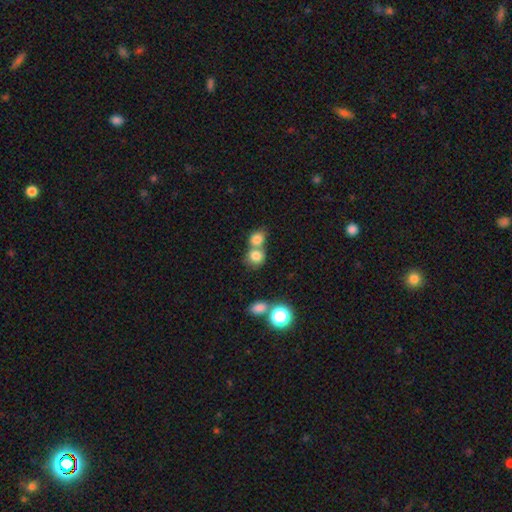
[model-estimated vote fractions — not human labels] Smooth or featured? smooth (79%)
How rounded? round (78%)
Merging? merger (50%)